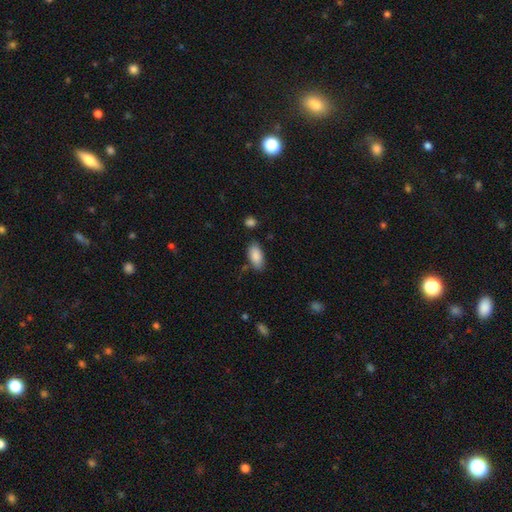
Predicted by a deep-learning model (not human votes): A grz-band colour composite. It shows a smooth galaxy with no disk features (88%) that is in between round and cigar-shaped (92%). Merging: none (77%).